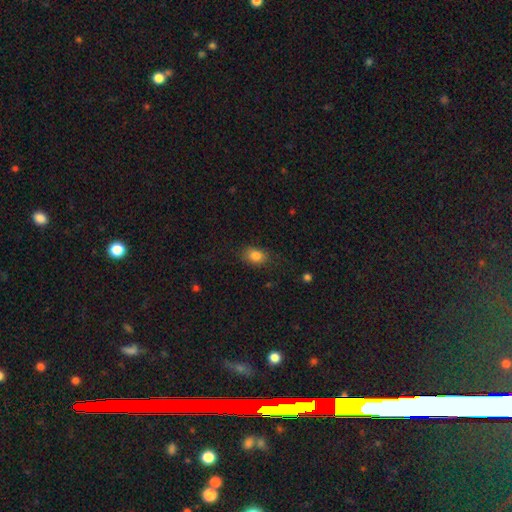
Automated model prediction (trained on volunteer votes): smooth 83%, star or artifact 10%, featured or disk 7%. Down the decision tree: how rounded — in between (73%); merging — none (80%).